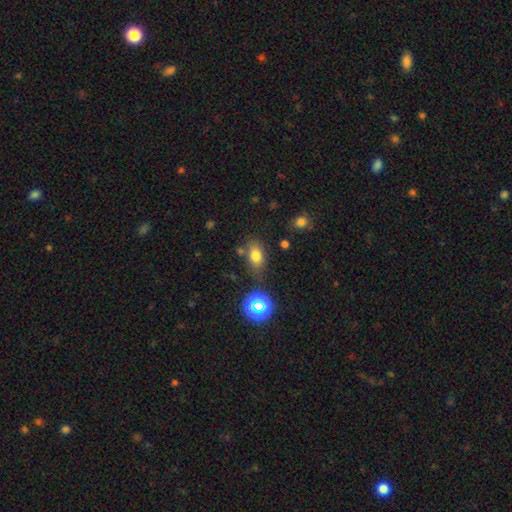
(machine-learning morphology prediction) smooth 74%, star or artifact 16%, featured or disk 11%. Down the decision tree: how rounded — in between (79%); merging — none (70%).